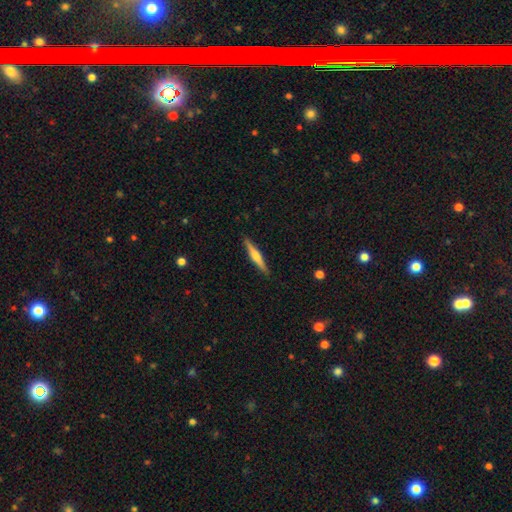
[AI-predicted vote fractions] Smooth or featured: featured or disk — 54% (smooth — 40%)
Edge-on disk: yes — 97% (no — 3%)
Edge-on bulge: rounded — 73% (boxy — 14%)
Merging: none — 90% (minor disturbance — 7%)